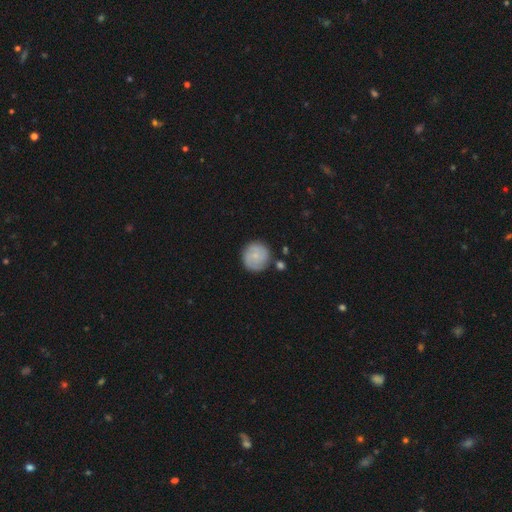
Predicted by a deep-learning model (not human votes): Smooth or featured? smooth (55%)
How rounded? round (94%)
Merging? none (77%)